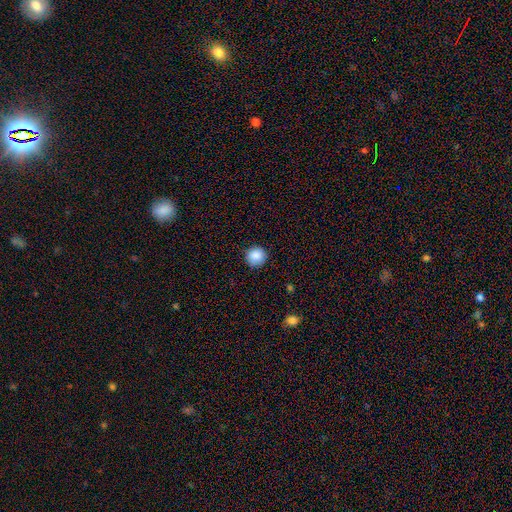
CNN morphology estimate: A smooth galaxy with no disk features (88%) that is round (94%). Merging: none (87%).